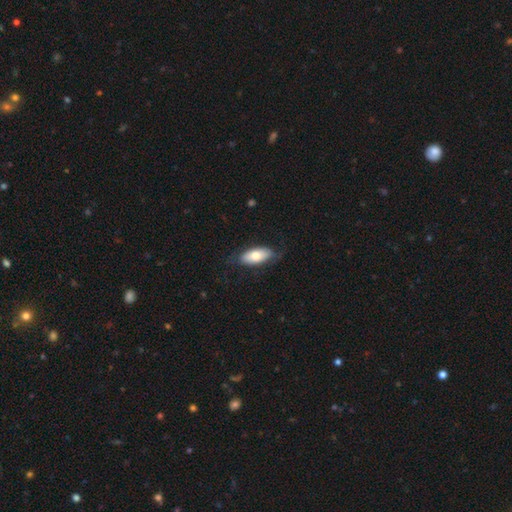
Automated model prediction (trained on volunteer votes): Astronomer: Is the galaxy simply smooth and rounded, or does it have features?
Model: smooth — 74%.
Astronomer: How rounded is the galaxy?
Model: in between — 86%.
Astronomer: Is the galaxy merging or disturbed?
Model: none — 75%.